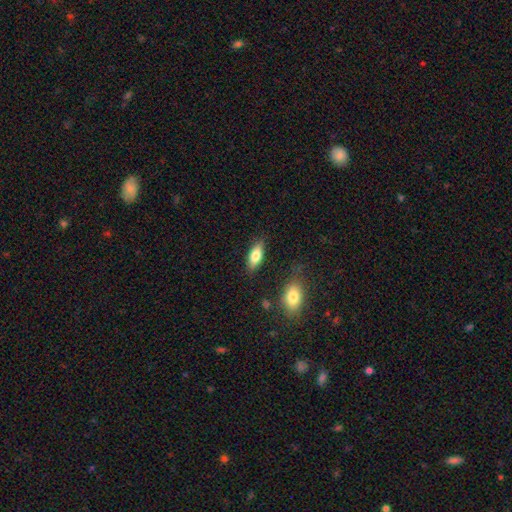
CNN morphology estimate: Overall: smooth (75%). How rounded: in between (77%). Merging: none (83%).